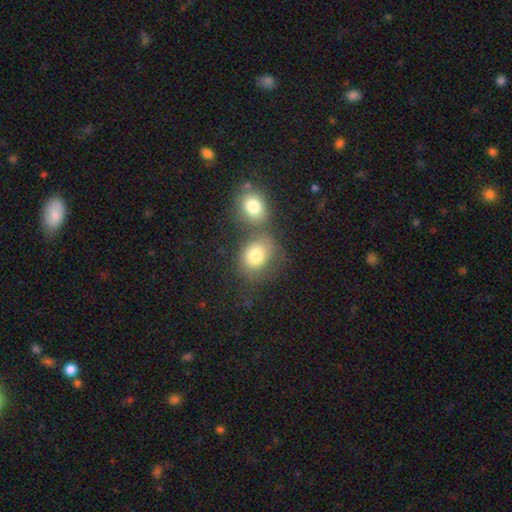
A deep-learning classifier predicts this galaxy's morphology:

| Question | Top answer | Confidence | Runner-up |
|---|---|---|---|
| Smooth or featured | smooth | 76% | featured or disk (15%) |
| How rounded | round | 53% | in between (46%) |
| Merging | merger | 42% | none (39%) |